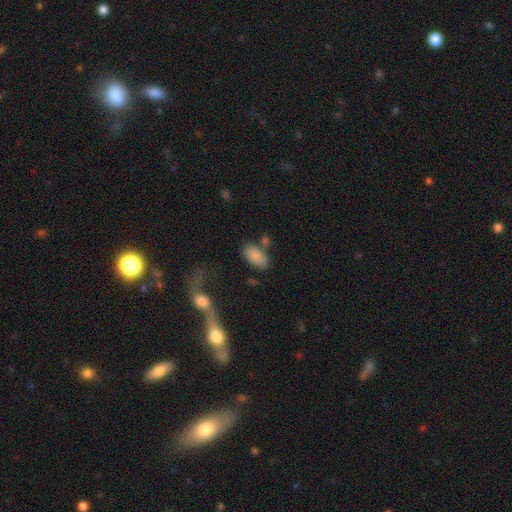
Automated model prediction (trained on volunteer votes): A smooth galaxy with no disk features (84%) that is in between round and cigar-shaped (93%). Merging: none (68%).